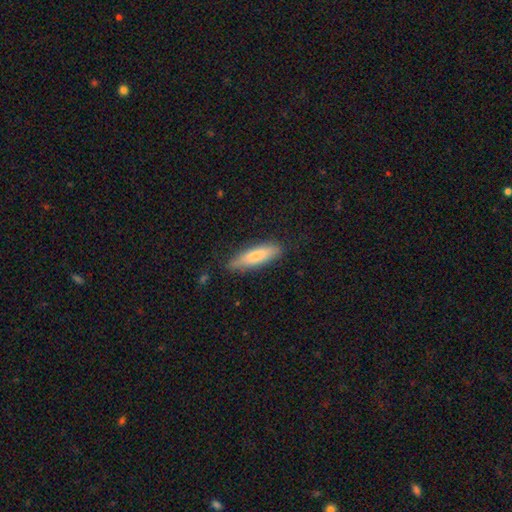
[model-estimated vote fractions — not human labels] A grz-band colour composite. It shows a smooth galaxy with no disk features (73%) that is cigar-shaped (68%). Merging: none (82%).